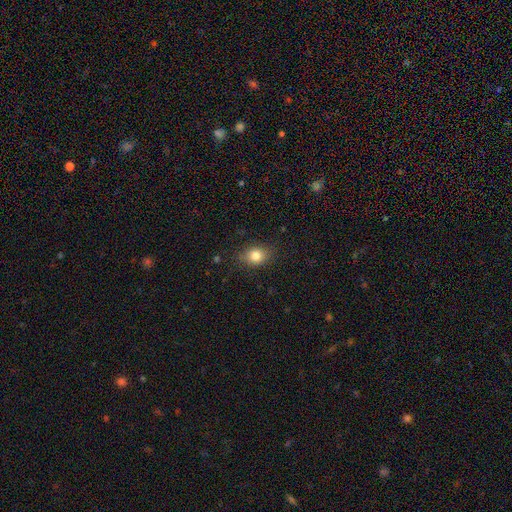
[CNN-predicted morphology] This appears to be a smooth galaxy with no disk features (82%) that is in between round and cigar-shaped (51%). Merging: none (83%).